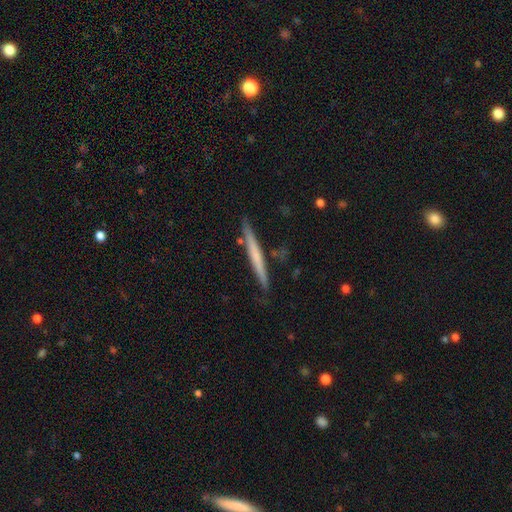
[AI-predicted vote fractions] smooth_or_featured: smooth (p=0.50) [alt: featured or disk p=0.45]
how_rounded: cigar-shaped (p=0.97) [alt: in between p=0.02]
merging: none (p=0.87) [alt: minor disturbance p=0.09]